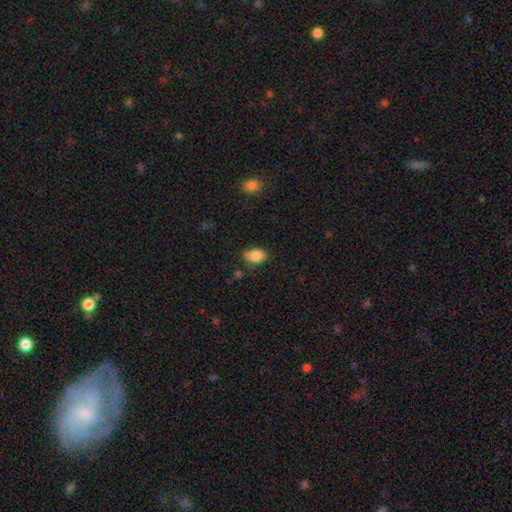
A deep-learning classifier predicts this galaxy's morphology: This is clearly a smooth galaxy (86%). How rounded: clearly in between (85%). Merging: likely none (71%).